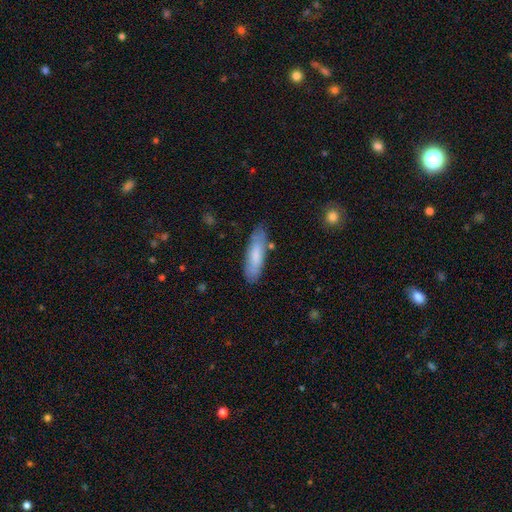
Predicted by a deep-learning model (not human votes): Overall: smooth (74%). How rounded: cigar-shaped (55%; in between 43%). Merging: none (78%).